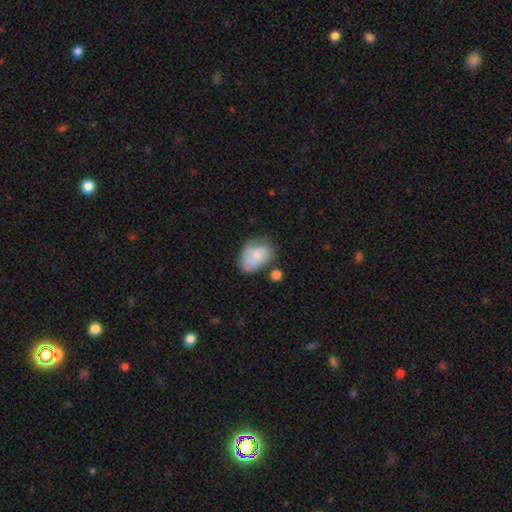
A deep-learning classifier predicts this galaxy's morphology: smooth 61%, featured or disk 31%, star or artifact 8%. Down the decision tree: how rounded — in between (78%); merging — none (48%).